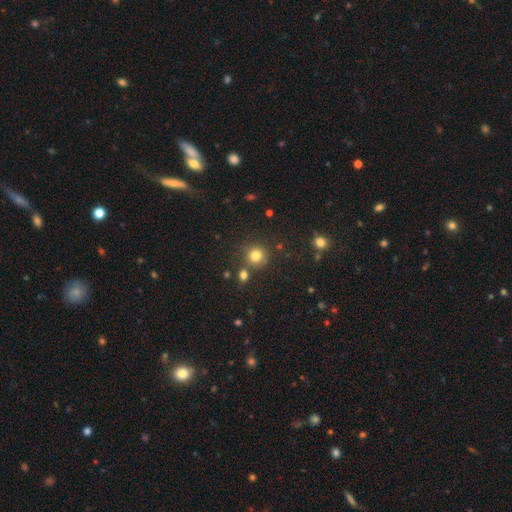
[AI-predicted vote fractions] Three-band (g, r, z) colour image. It shows a smooth galaxy with no disk features (80%) that is round (91%). Merging: none (75%).